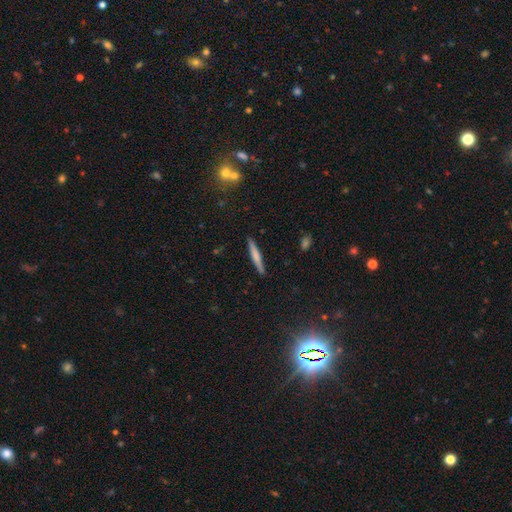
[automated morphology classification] Smooth or featured? smooth (60%)
How rounded? cigar-shaped (95%)
Merging? none (91%)